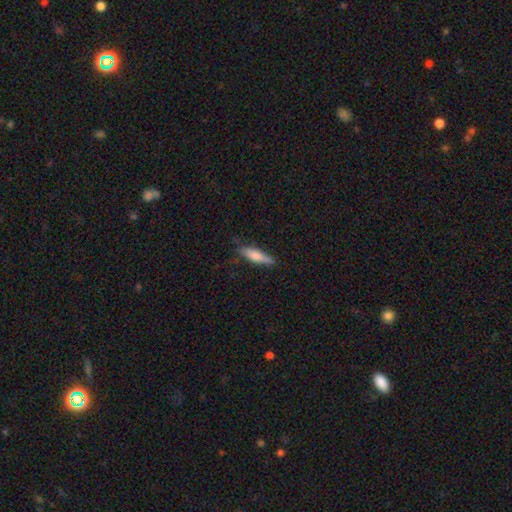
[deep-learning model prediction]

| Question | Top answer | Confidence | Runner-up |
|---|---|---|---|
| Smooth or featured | smooth | 73% | featured or disk (21%) |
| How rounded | cigar-shaped | 70% | in between (28%) |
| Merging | none | 76% | minor disturbance (19%) |